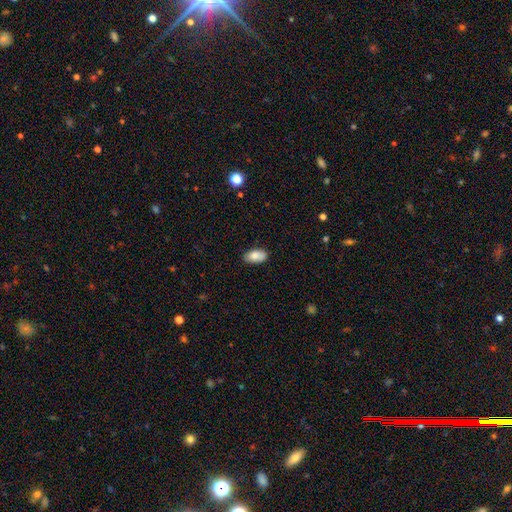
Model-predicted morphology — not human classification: Smooth or featured? Predicted: smooth (p=0.84). How rounded? Predicted: in between (p=0.94). Merging? Predicted: none (p=0.83).